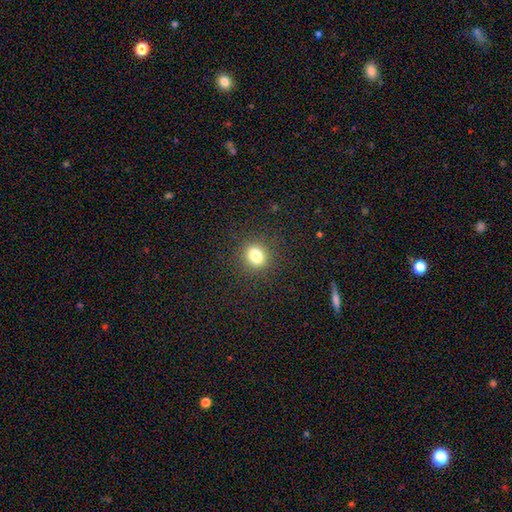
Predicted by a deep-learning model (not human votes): Morphology: type=smooth (81%); roundness=round (54%); merging=none (88%).